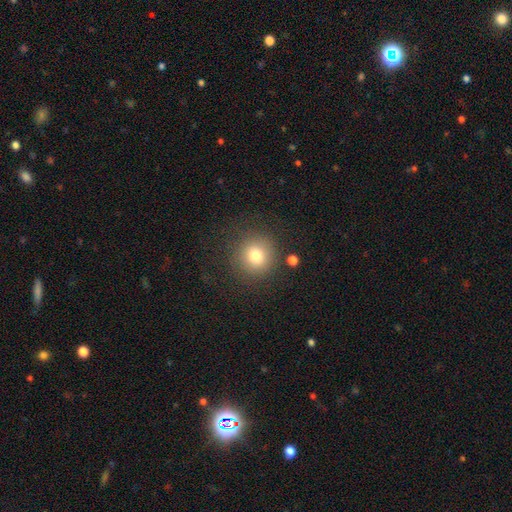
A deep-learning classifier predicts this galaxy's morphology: smooth 79%, star or artifact 12%, featured or disk 9%. Down the decision tree: how rounded — round (91%); merging — none (83%).